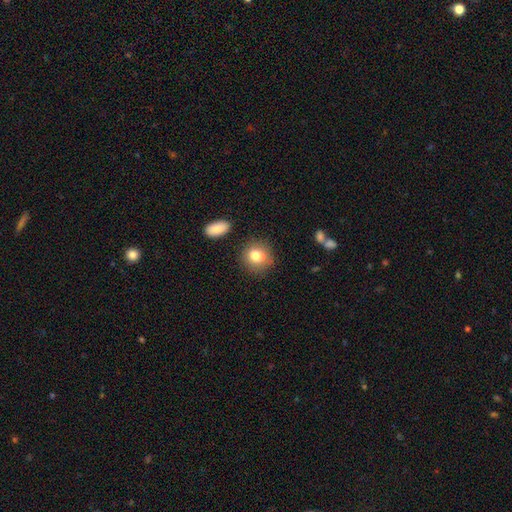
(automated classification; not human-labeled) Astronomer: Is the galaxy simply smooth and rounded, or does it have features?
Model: smooth — 80%.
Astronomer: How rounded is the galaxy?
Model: round — 80%.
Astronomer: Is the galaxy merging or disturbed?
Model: none — 81%.